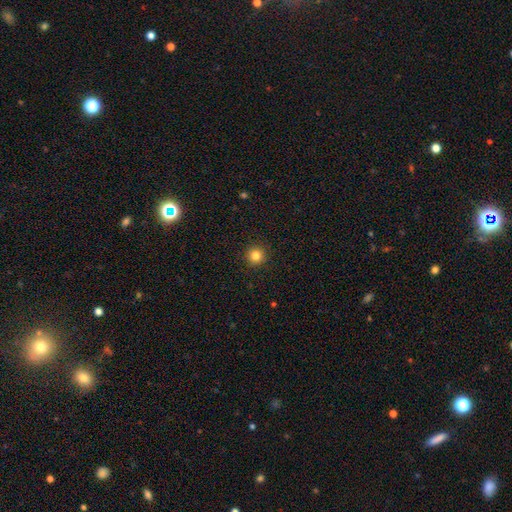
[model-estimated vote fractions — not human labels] Smooth or featured? smooth (83%)
How rounded? round (95%)
Merging? none (93%)